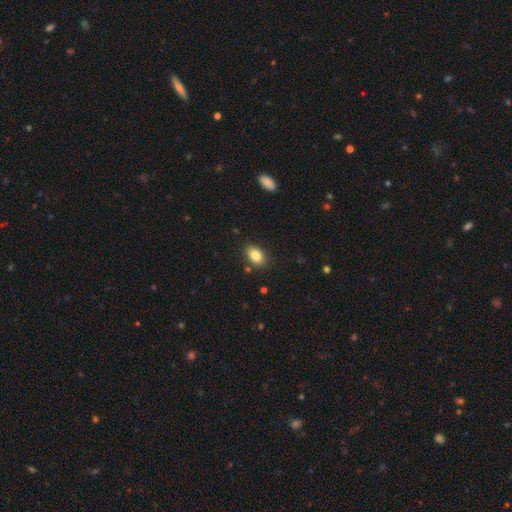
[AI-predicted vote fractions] This is clearly a smooth galaxy (84%). How rounded: clearly in between (85%). Merging: clearly none (84%).